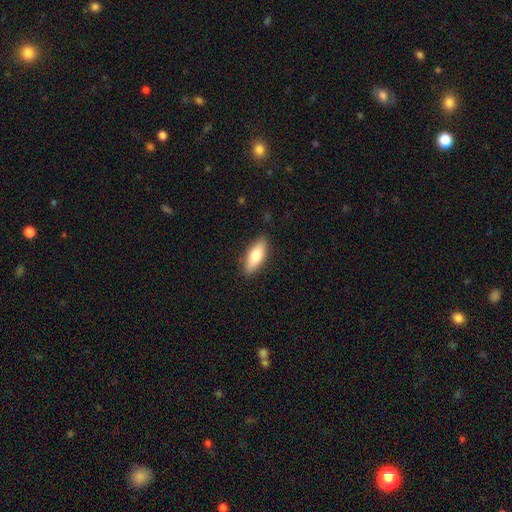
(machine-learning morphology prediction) smooth 73%, featured or disk 21%, star or artifact 6%. Down the decision tree: how rounded — in between (68%); merging — none (88%).